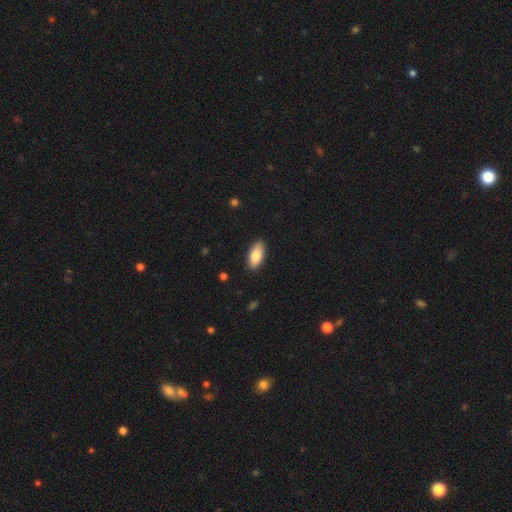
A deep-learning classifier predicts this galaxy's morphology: A smooth galaxy with no disk features (82%) that is in between round and cigar-shaped (89%). Merging: none (89%).